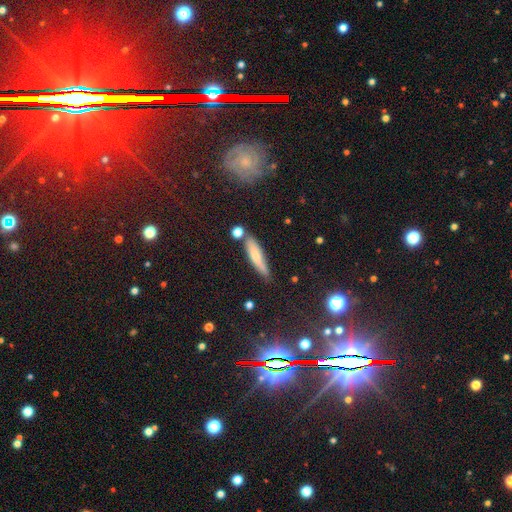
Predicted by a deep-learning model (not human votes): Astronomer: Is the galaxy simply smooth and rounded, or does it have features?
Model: smooth — 67%.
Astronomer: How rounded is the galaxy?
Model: cigar-shaped — 77%.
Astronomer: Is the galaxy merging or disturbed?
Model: none — 70%.